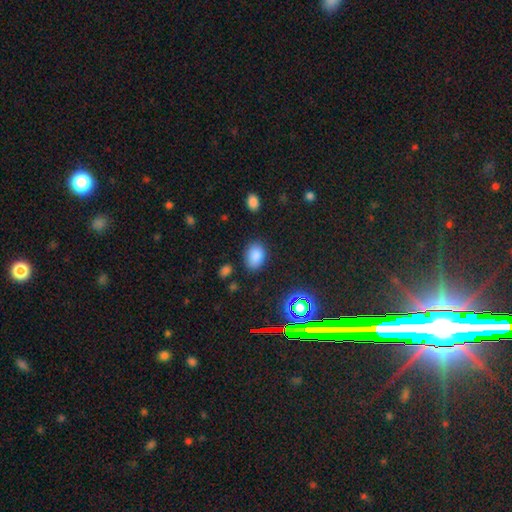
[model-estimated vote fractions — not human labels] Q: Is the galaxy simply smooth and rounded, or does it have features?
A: smooth — 82%.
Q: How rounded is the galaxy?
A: in between — 79%.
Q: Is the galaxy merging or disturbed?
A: none — 80%.